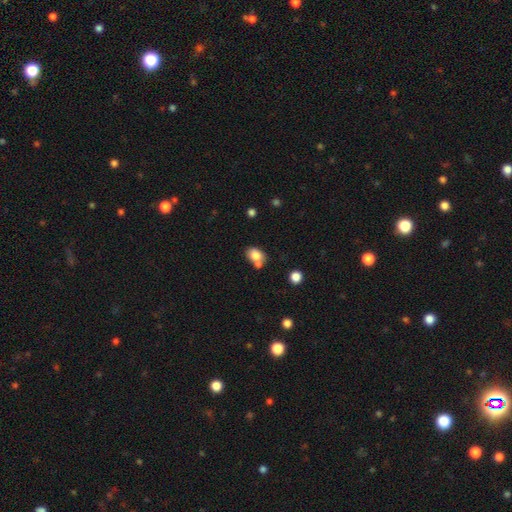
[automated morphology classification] smooth 79%, featured or disk 11%, star or artifact 10%. Down the decision tree: how rounded — in between (64%); merging — none (47%).